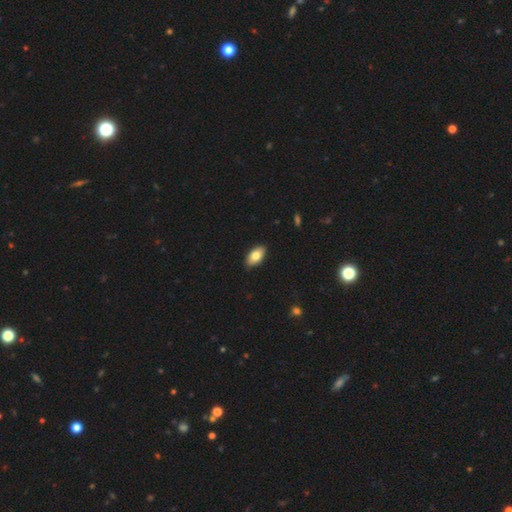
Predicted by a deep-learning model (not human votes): Smooth or featured? Predicted: smooth (p=0.81). How rounded? Predicted: in between (p=0.94). Merging? Predicted: none (p=0.89).